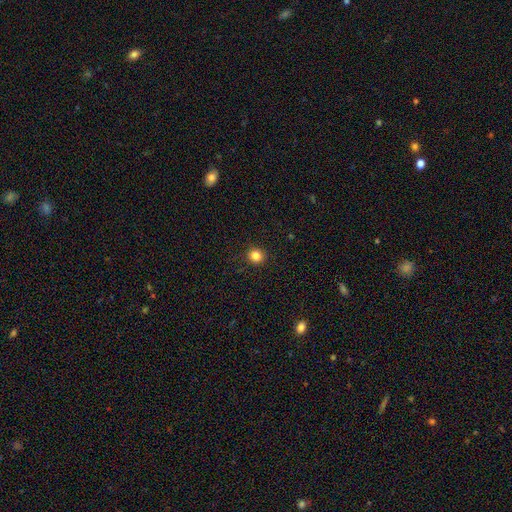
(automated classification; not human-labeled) Morphology: type=smooth (84%); roundness=round (91%); merging=none (91%).